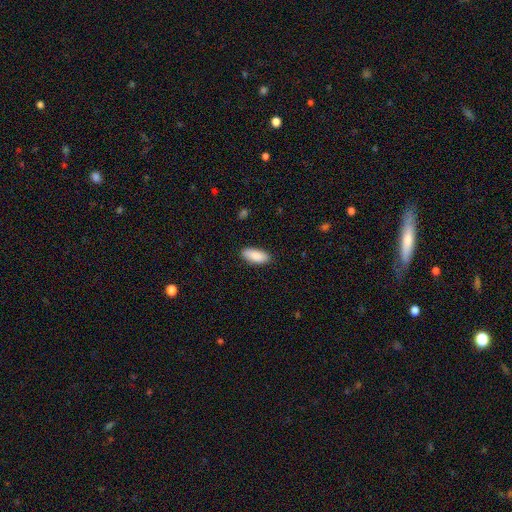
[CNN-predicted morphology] Q: Smooth or featured?
A: smooth (89%); runner-up: star or artifact (6%)
Q: How rounded?
A: in between (87%); runner-up: cigar-shaped (11%)
Q: Merging?
A: none (87%); runner-up: minor disturbance (10%)